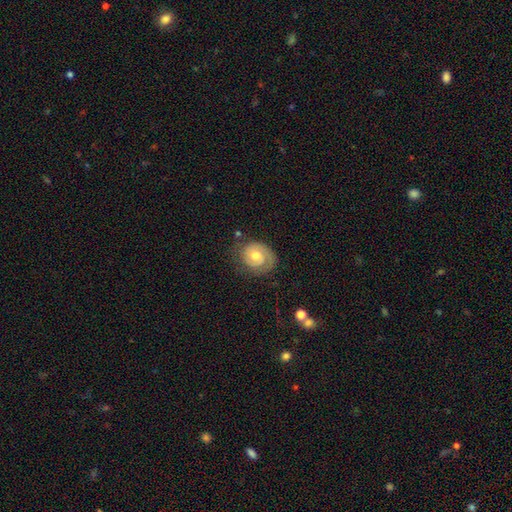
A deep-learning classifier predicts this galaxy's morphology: Smooth or featured? featured or disk (72%)
Edge-on disk? no (97%)
Bar? no (70%)
Spiral arms? yes (90%)
Spiral winding? tight (67%)
Spiral arm count? 2 (42%)
Bulge size? moderate (68%)
Merging? none (73%)